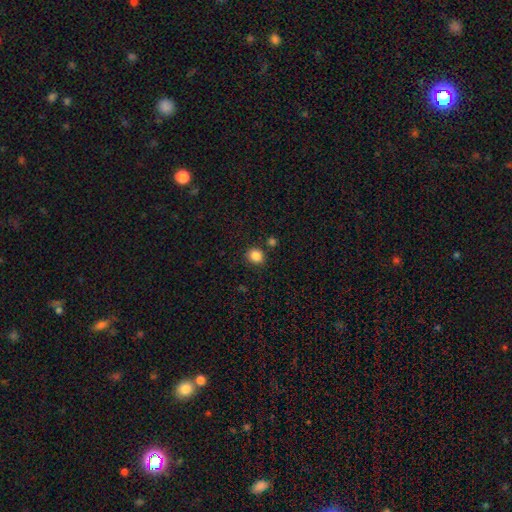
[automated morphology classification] Overall: smooth (86%). How rounded: round (78%). Merging: none (82%).